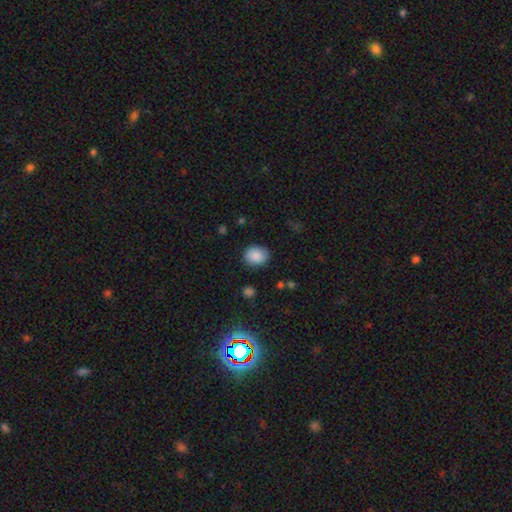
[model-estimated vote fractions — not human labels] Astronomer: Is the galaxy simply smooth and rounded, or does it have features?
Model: smooth — 88%.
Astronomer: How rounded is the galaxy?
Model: round — 67%.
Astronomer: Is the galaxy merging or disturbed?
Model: none — 85%.